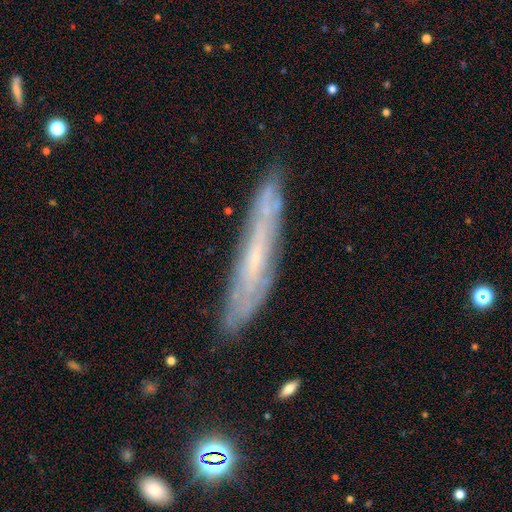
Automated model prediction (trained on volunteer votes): Q: Smooth or featured?
A: featured or disk (62%); runner-up: smooth (29%)
Q: Edge-on disk?
A: yes (65%); runner-up: no (35%)
Q: Merging?
A: none (79%); runner-up: minor disturbance (16%)